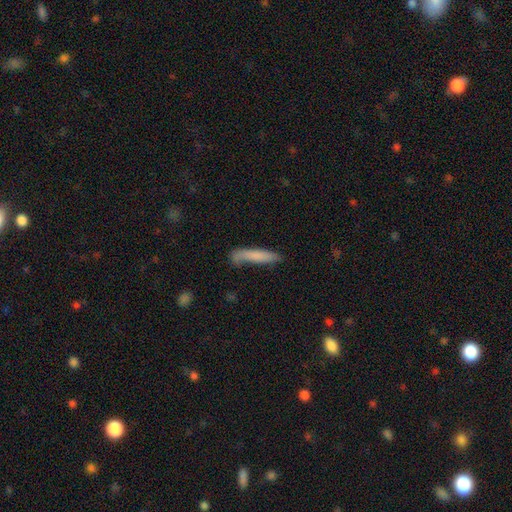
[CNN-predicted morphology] Smooth or featured? Predicted: smooth (p=0.77). How rounded? Predicted: cigar-shaped (p=0.89). Merging? Predicted: none (p=0.63).